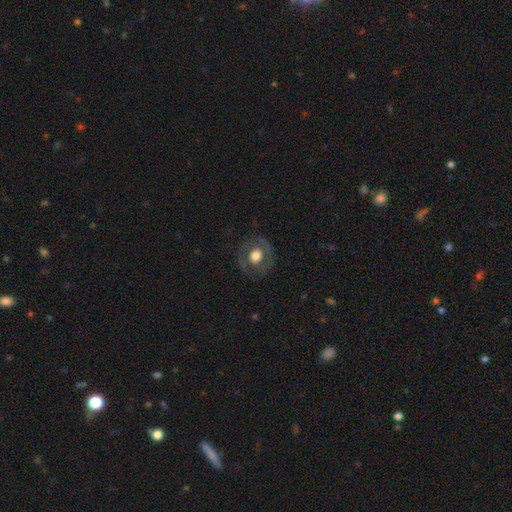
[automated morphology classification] type=smooth (52%); roundness=round (78%); merging=none (80%).